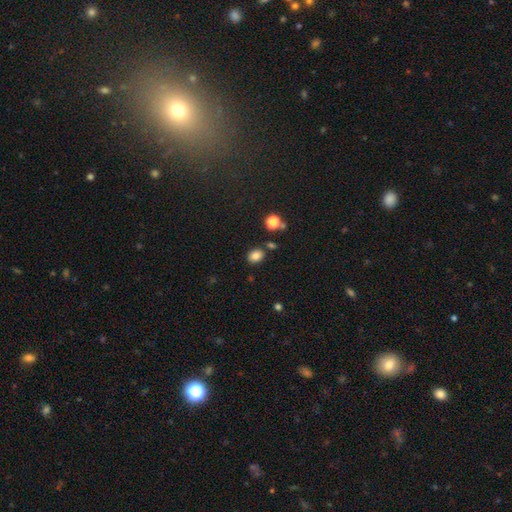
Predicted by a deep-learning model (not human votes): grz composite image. It shows a smooth galaxy with no disk features (82%) that is in between round and cigar-shaped (60%). Merging: none (79%).